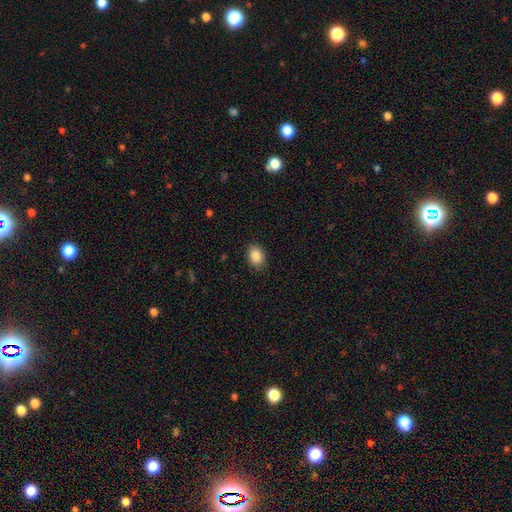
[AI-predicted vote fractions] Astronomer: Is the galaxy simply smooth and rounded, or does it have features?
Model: smooth — 88%.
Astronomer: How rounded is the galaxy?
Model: in between — 67%.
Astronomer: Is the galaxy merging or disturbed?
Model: none — 85%.